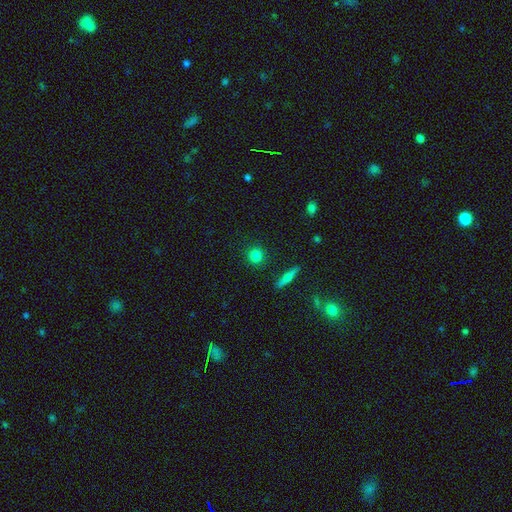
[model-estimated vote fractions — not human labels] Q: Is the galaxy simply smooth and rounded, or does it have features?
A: smooth — 82%.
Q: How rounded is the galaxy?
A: round — 90%.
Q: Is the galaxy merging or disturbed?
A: none — 90%.